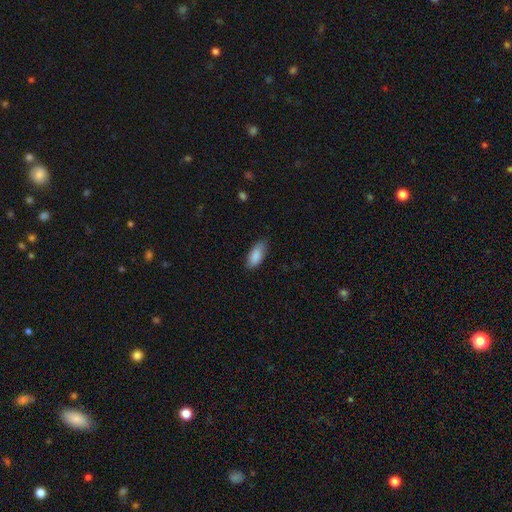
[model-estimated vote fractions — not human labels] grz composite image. It shows a smooth galaxy with no disk features (88%) that is in between round and cigar-shaped (88%). Merging: none (78%).